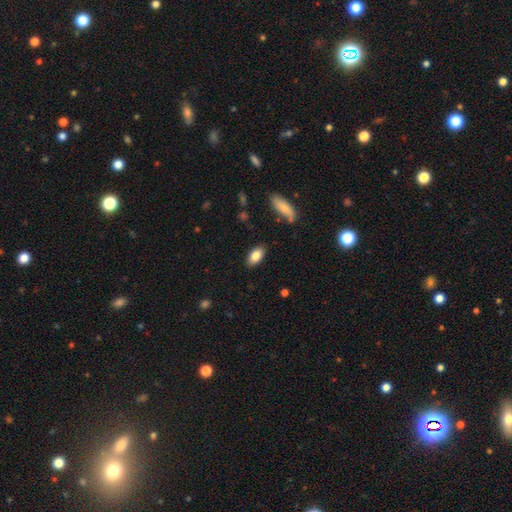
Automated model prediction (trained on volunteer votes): smooth_or_featured: smooth (p=0.83) [alt: featured or disk p=0.09]
how_rounded: in between (p=0.91) [alt: round p=0.04]
merging: none (p=0.87) [alt: minor disturbance p=0.10]